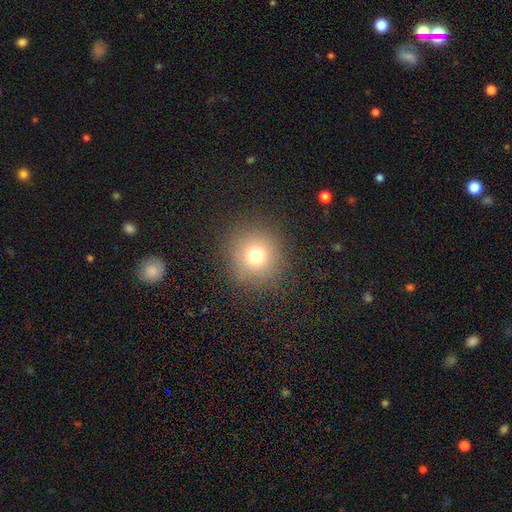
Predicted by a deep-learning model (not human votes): smooth_or_featured: smooth (p=0.72) [alt: star or artifact p=0.17]
how_rounded: round (p=0.93) [alt: in between p=0.06]
merging: none (p=0.87) [alt: minor disturbance p=0.08]